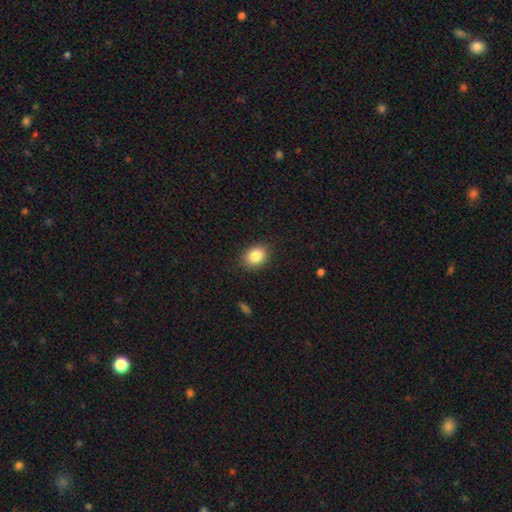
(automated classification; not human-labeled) Smooth or featured? Predicted: smooth (p=0.85). How rounded? Predicted: in between (p=0.56). Merging? Predicted: none (p=0.88).